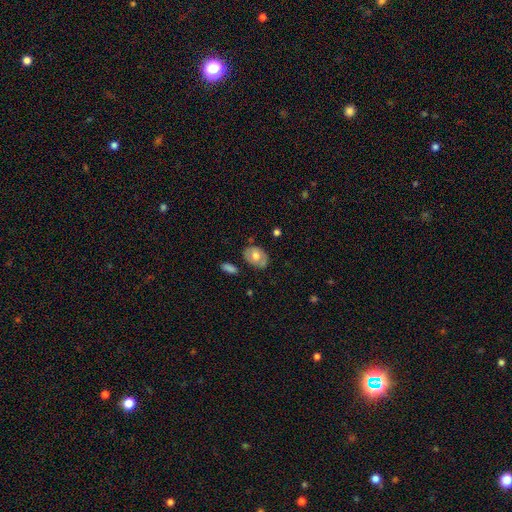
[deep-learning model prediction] A smooth galaxy with no disk features (56%) that is in between round and cigar-shaped (74%).

Vote fractions:
- Smooth or featured? smooth: 56% / featured or disk: 37% / star or artifact: 7%
- How rounded? in between: 74% / round: 25% / cigar-shaped: 1%
- Merging? none: 75% / minor disturbance: 18% / major disturbance: 4% / merger: 3%